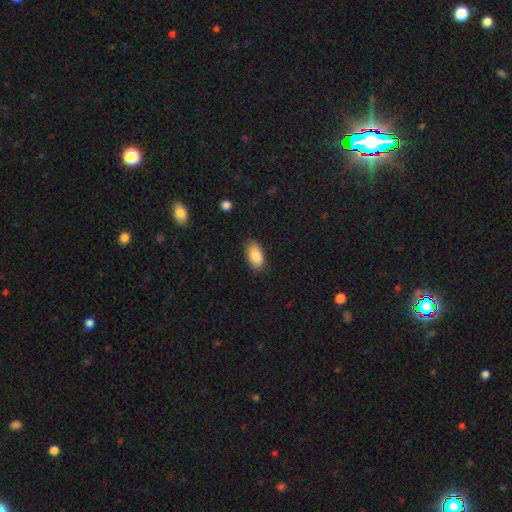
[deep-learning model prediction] Smooth or featured: smooth — 89% (star or artifact — 7%)
How rounded: in between — 93% (cigar-shaped — 4%)
Merging: none — 83% (minor disturbance — 13%)